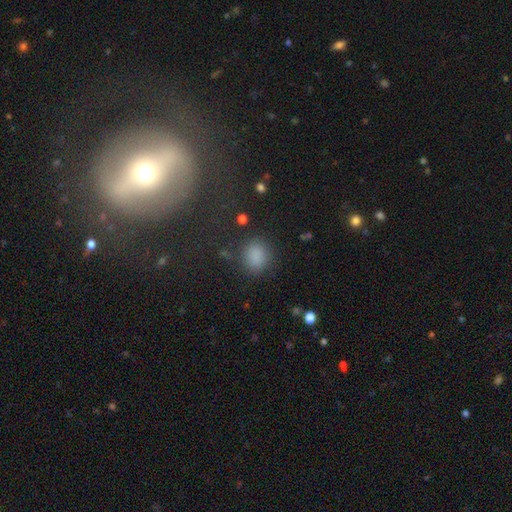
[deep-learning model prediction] The model was most divided on "how rounded": round: 57%, in between: 41%, cigar-shaped: 2%. More confident: smooth or featured — smooth (83%); merging — none (81%).